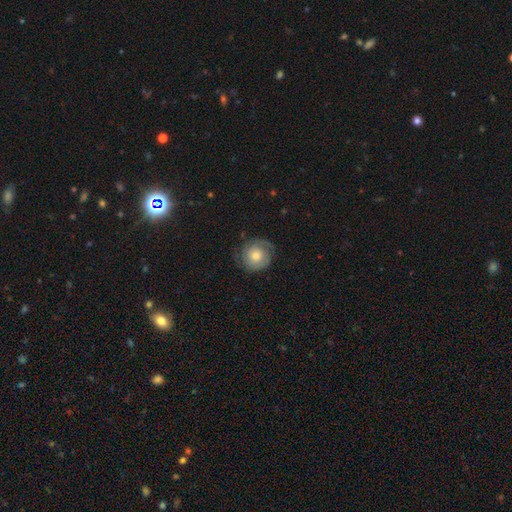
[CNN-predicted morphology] A featured or disk galaxy (56%) with no bar (81%), spiral arms (87%) and a moderate central bulge (61%). Merging: none (74%).